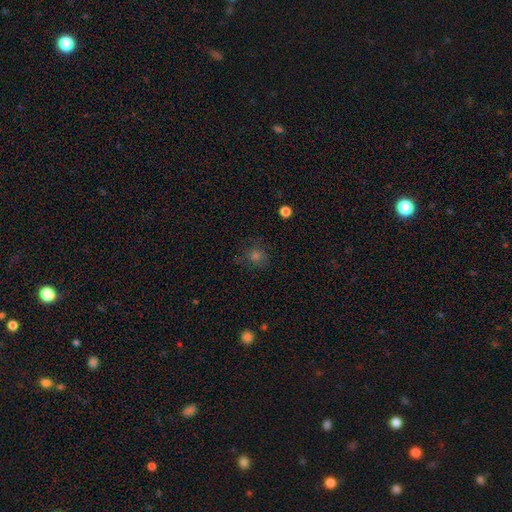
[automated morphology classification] Q: Smooth or featured?
A: smooth (61%); runner-up: star or artifact (28%)
Q: How rounded?
A: round (88%); runner-up: in between (11%)
Q: Merging?
A: none (77%); runner-up: minor disturbance (14%)